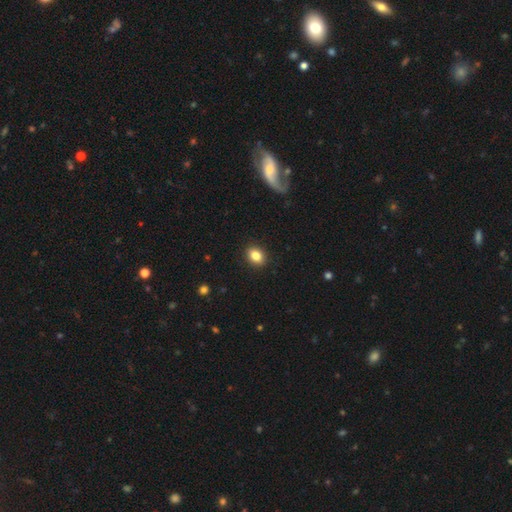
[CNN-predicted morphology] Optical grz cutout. It shows a smooth galaxy with no disk features (85%) that is in between round and cigar-shaped (58%). Merging: none (90%).